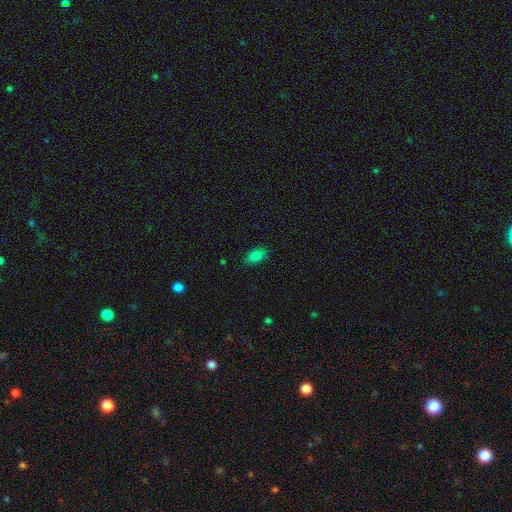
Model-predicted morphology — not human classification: Smooth or featured?
  - smooth: 83% *
  - star or artifact: 11%
  - featured or disk: 7%
How rounded?
  - in between: 90% *
  - round: 6%
  - cigar-shaped: 4%
Merging?
  - none: 84% *
  - minor disturbance: 12%
  - major disturbance: 3%
  - merger: 1%